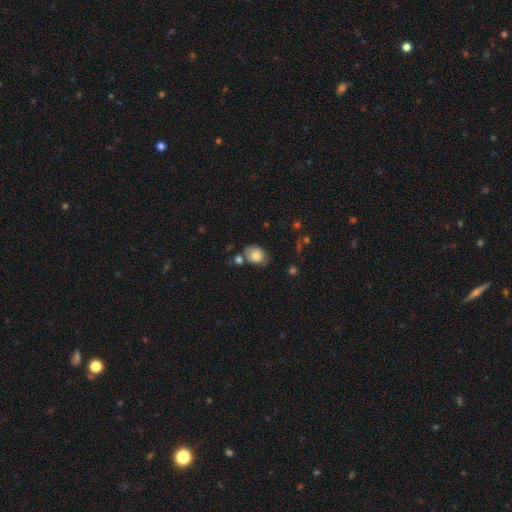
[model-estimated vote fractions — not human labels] This appears to be a smooth galaxy with no disk features (80%) that is in between round and cigar-shaped (50%). Merging: none (54%).